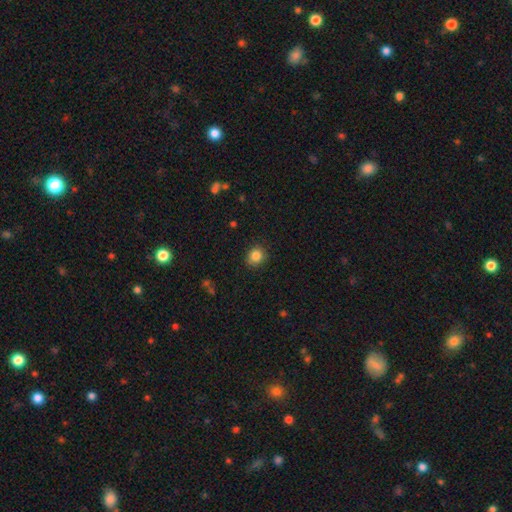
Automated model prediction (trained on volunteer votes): Smooth or featured? smooth (85%)
How rounded? round (80%)
Merging? none (87%)